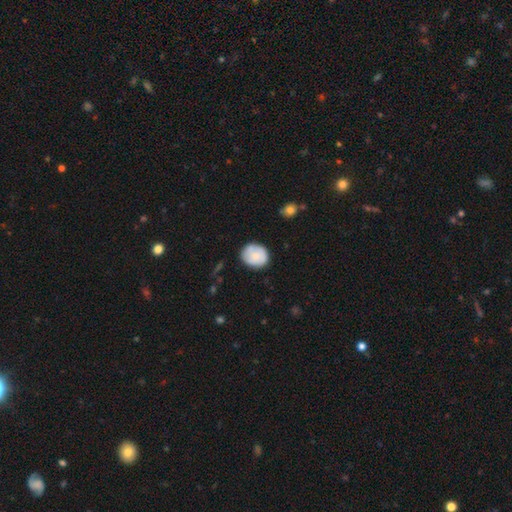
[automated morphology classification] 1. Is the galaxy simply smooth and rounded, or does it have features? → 72% smooth, 22% featured or disk, 6% star or artifact.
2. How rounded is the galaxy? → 73% round, 26% in between, 1% cigar-shaped.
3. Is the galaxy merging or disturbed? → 79% none, 16% minor disturbance, 3% major disturbance, 1% merger.